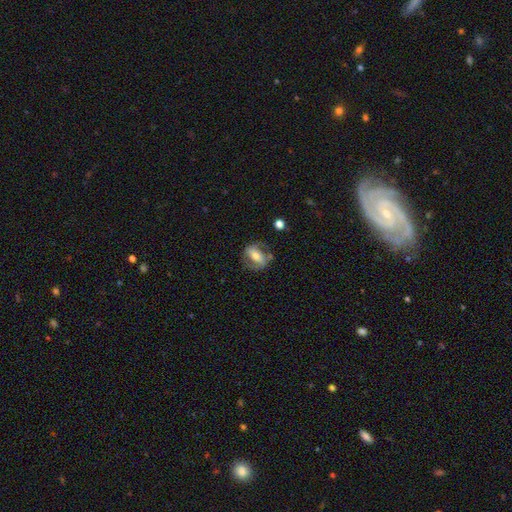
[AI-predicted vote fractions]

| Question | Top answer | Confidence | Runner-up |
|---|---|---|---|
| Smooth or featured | featured or disk | 58% | smooth (35%) |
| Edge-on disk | no | 92% | yes (8%) |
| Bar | strong | 46% | weak (27%) |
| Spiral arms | yes | 67% | no (33%) |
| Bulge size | moderate | 59% | small (28%) |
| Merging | none | 64% | minor disturbance (19%) |